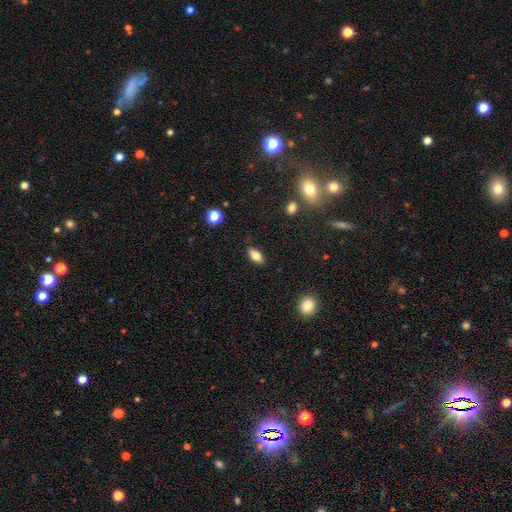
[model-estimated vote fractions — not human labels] Q: Smooth or featured?
A: smooth (80%); runner-up: featured or disk (11%)
Q: How rounded?
A: in between (85%); runner-up: cigar-shaped (11%)
Q: Merging?
A: none (84%); runner-up: minor disturbance (12%)